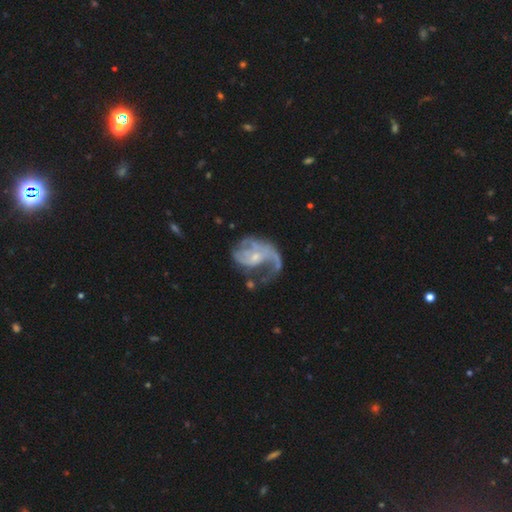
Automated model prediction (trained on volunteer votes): Smooth or featured? featured or disk (80%)
Edge-on disk? no (98%)
Bar? no (64%)
Spiral arms? yes (84%)
Spiral winding? loose (45%)
Spiral arm count? 1 (48%)
Bulge size? small (66%)
Merging? major disturbance (45%)